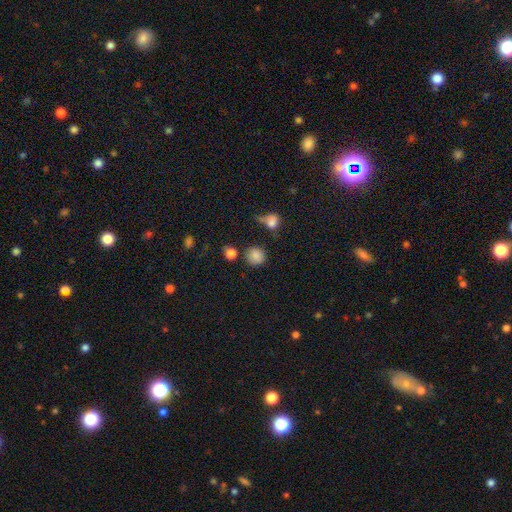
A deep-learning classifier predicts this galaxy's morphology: The model was most divided on "merging": none: 75%, minor disturbance: 12%, merger: 8%, major disturbance: 5%. More confident: how rounded — round (89%); smooth or featured — smooth (83%).